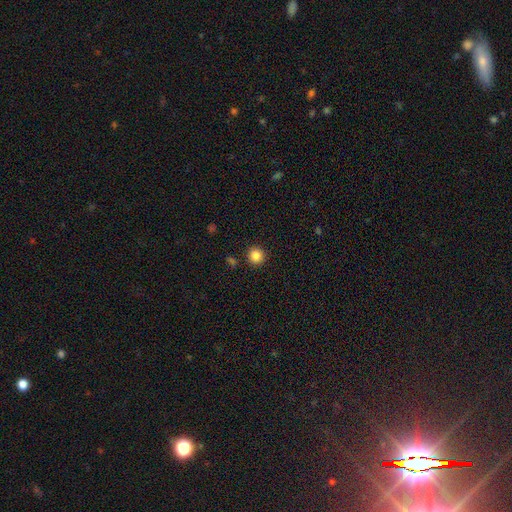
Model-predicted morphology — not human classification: Overall: smooth (85%). How rounded: round (93%). Merging: none (91%).